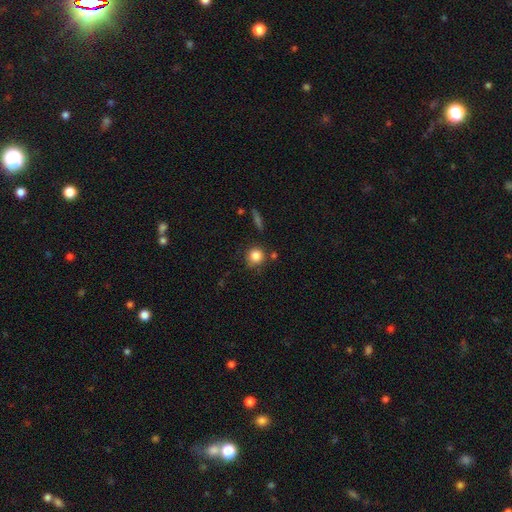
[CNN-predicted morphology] Smooth or featured? smooth (84%)
How rounded? round (90%)
Merging? none (77%)